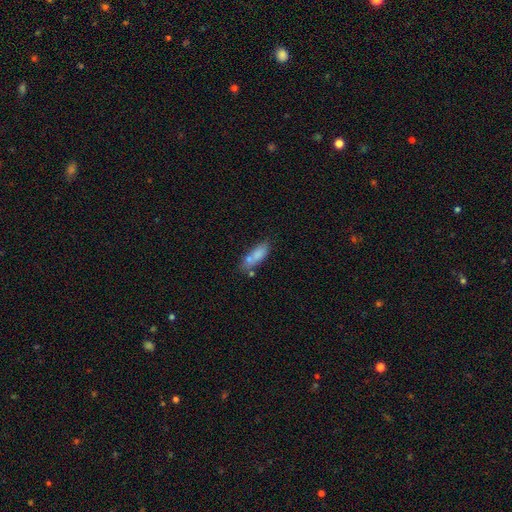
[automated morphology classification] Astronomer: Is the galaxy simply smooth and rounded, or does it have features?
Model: smooth — 76%.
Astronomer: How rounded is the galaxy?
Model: in between — 70%.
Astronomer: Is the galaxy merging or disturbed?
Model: none — 52%.